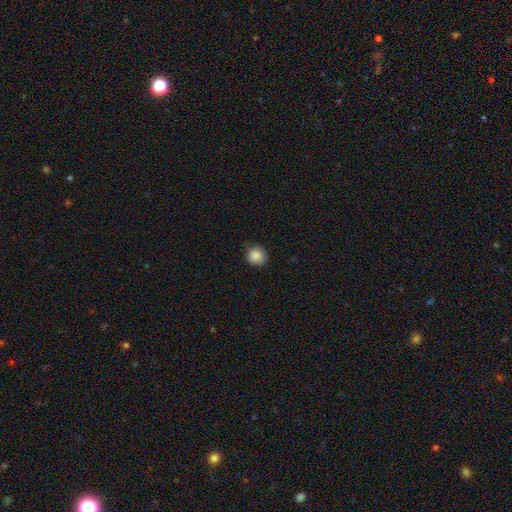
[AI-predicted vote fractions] smooth_or_featured: smooth (p=0.86) [alt: star or artifact p=0.09]
how_rounded: round (p=0.89) [alt: in between p=0.10]
merging: none (p=0.81) [alt: minor disturbance p=0.16]